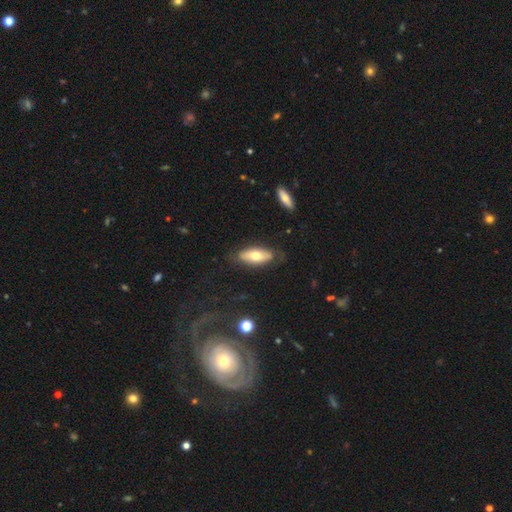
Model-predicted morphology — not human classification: Overall: smooth (61%; featured or disk 33%). How rounded: in between (78%). Merging: none (76%).